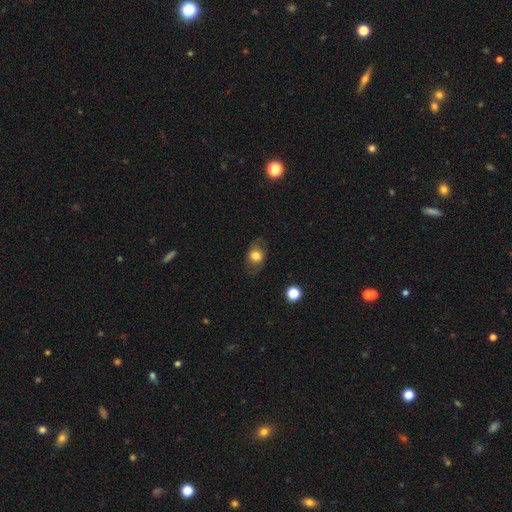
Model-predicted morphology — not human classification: smooth 74%, featured or disk 17%, star or artifact 9%. Down the decision tree: how rounded — in between (63%); merging — none (75%).